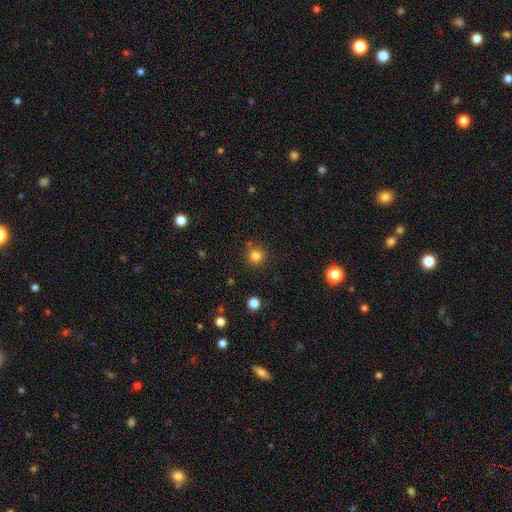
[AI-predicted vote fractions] smooth-or-featured: smooth: 82% | star or artifact: 14% | featured or disk: 5%
  how-rounded: round: 94% | in between: 5% | cigar-shaped: 1%
  merging: none: 85% | minor disturbance: 8% | merger: 4% | major disturbance: 3%